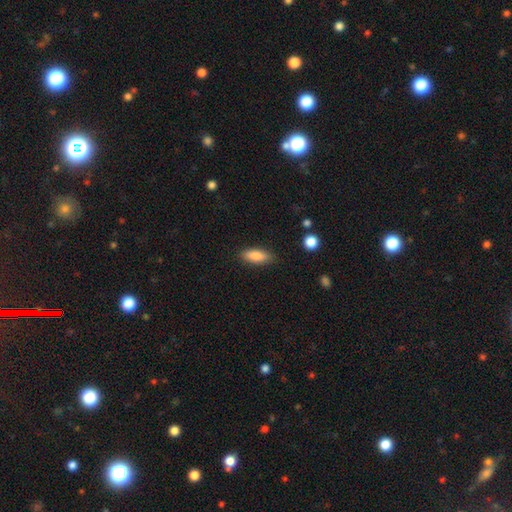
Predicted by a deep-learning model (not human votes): A smooth galaxy with no disk features (83%) that is in between round and cigar-shaped (71%). Merging: none (86%).